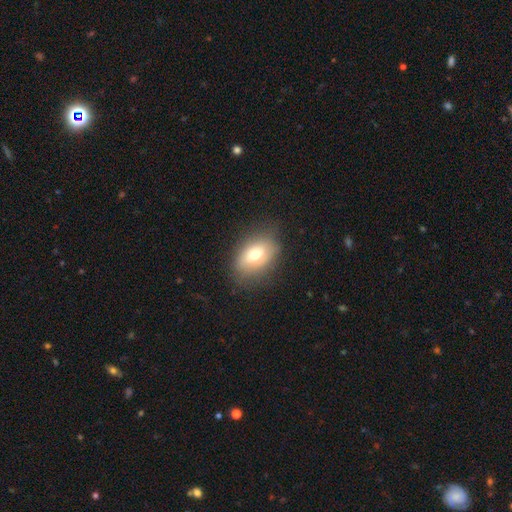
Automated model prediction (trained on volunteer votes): The model was most divided on "smooth or featured": smooth: 71%, featured or disk: 20%, star or artifact: 9%. More confident: how rounded — in between (83%); merging — none (79%).